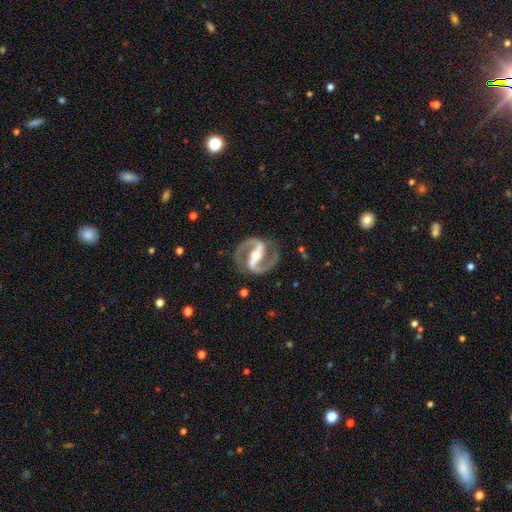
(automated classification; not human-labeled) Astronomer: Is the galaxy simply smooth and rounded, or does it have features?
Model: featured or disk — 94%.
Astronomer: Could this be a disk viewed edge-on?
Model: no — 98%.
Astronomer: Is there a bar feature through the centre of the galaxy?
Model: strong — 74%.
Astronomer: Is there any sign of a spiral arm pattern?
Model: yes — 98%.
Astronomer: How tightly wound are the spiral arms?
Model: medium — 64%.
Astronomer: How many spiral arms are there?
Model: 2 — 95%.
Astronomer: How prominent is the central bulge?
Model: moderate — 62%.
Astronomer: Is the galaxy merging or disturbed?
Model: none — 86%.